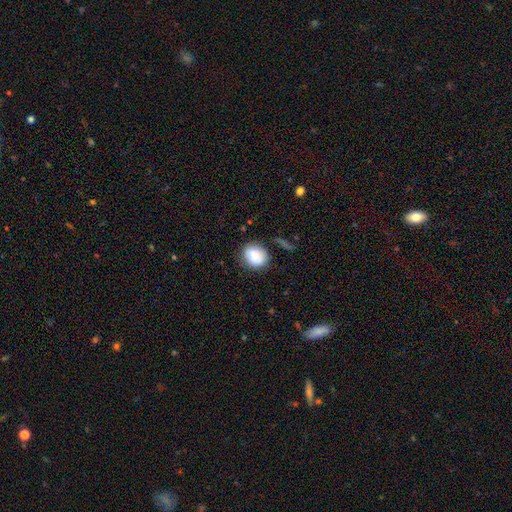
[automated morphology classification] A smooth galaxy with no disk features (77%) that is round (71%).

Vote fractions:
- Smooth or featured? smooth: 77% / featured or disk: 14% / star or artifact: 8%
- How rounded? round: 71% / in between: 28% / cigar-shaped: 1%
- Merging? none: 74% / minor disturbance: 18% / major disturbance: 5% / merger: 3%